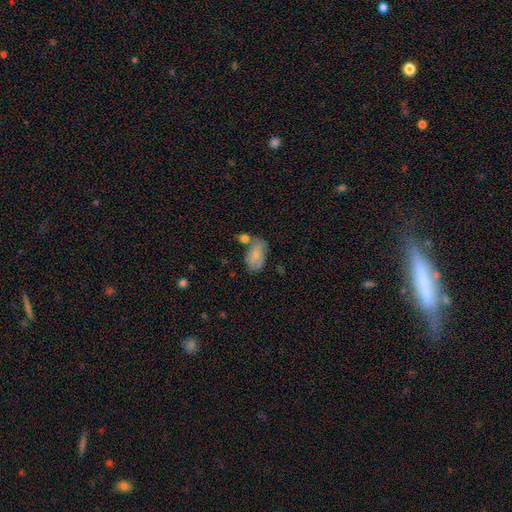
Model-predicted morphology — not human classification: A smooth galaxy with no disk features (69%) that is in between round and cigar-shaped (90%).

Vote fractions:
- Smooth or featured? smooth: 69% / featured or disk: 24% / star or artifact: 7%
- How rounded? in between: 90% / round: 8% / cigar-shaped: 2%
- Merging? none: 45% / minor disturbance: 23% / merger: 22% / major disturbance: 9%